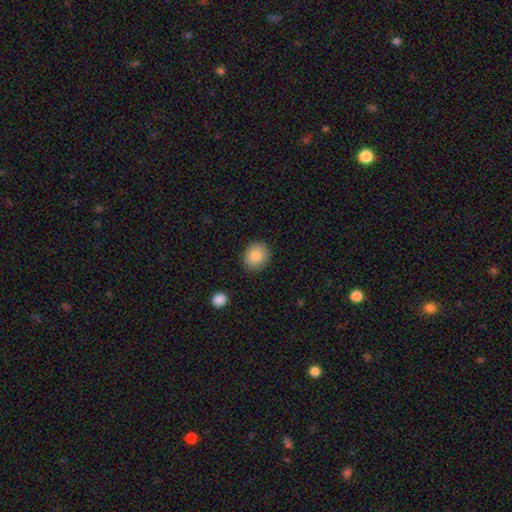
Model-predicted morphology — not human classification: A smooth galaxy with no disk features (86%) that is round (67%). Merging: none (87%).